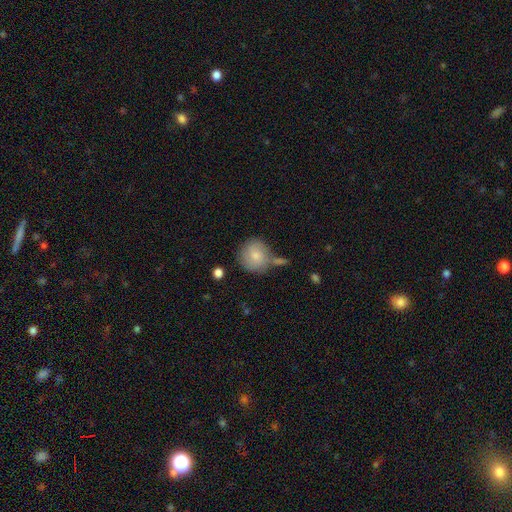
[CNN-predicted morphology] Overall: smooth (75%). How rounded: round (89%). Merging: none (58%).